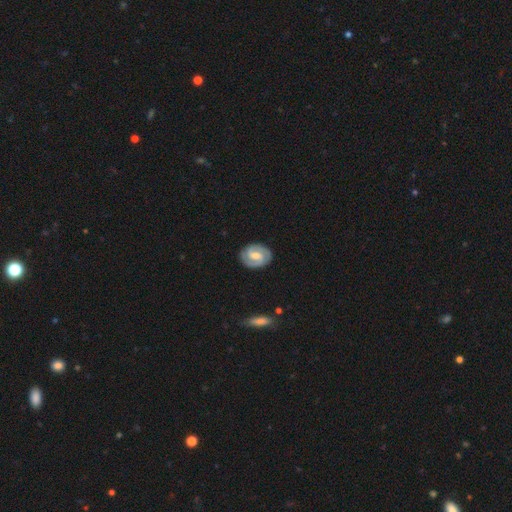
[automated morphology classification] Smooth or featured? featured or disk (84%)
Edge-on disk? no (97%)
Bar? weak (51%)
Spiral arms? yes (96%)
Spiral winding? tight (57%)
Spiral arm count? 2 (90%)
Bulge size? moderate (59%)
Merging? none (86%)